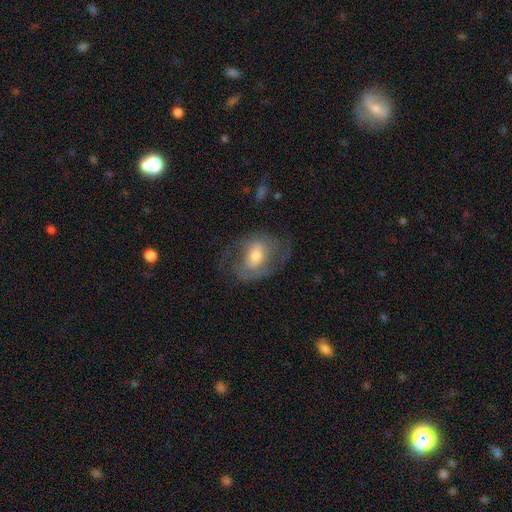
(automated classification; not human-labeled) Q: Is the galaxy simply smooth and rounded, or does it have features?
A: featured or disk — 64%.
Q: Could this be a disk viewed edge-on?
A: no — 95%.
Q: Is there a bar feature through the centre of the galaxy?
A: weak — 43%.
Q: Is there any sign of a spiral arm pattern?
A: yes — 75%.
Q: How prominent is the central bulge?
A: moderate — 65%.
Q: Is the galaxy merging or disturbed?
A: none — 58%.